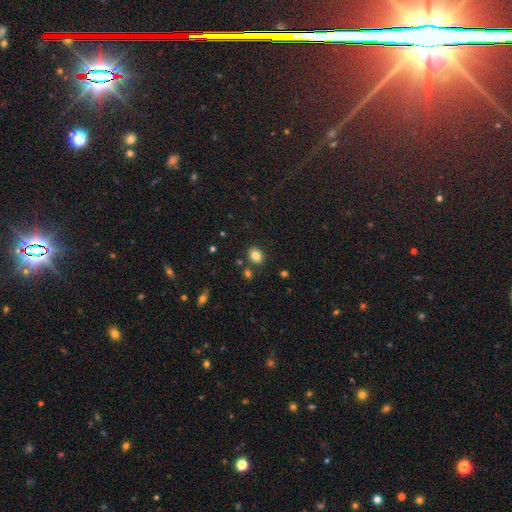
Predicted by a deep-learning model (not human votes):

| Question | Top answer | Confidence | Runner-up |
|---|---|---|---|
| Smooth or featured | smooth | 82% | star or artifact (11%) |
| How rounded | in between | 56% | round (43%) |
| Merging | none | 81% | minor disturbance (10%) |